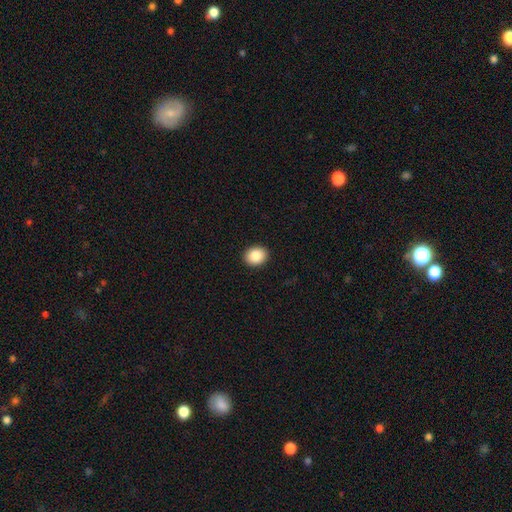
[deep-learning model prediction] Smooth or featured?
  - smooth: 86% *
  - star or artifact: 8%
  - featured or disk: 5%
How rounded?
  - round: 56% *
  - in between: 43%
  - cigar-shaped: 1%
Merging?
  - none: 92% *
  - minor disturbance: 6%
  - major disturbance: 2%
  - merger: 1%